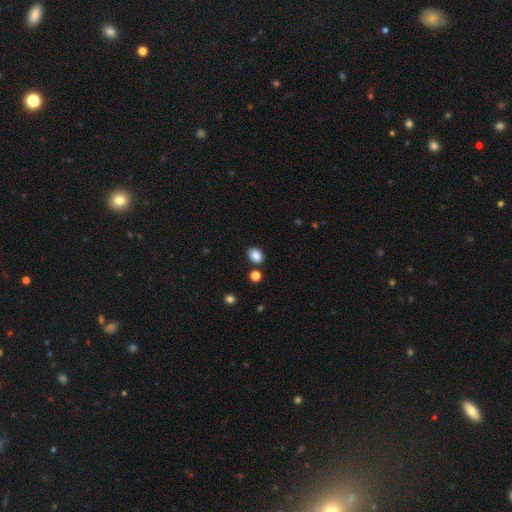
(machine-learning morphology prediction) A smooth galaxy with no disk features (87%) that is in between round and cigar-shaped (69%). Merging: none (83%).